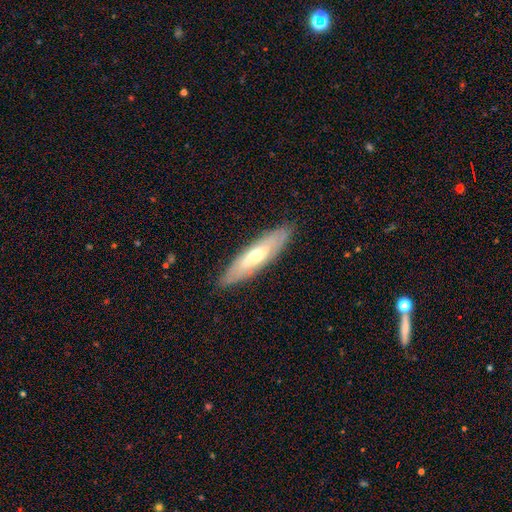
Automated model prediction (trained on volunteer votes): This appears to be a featured or disk galaxy (55%). Merging: none (86%).